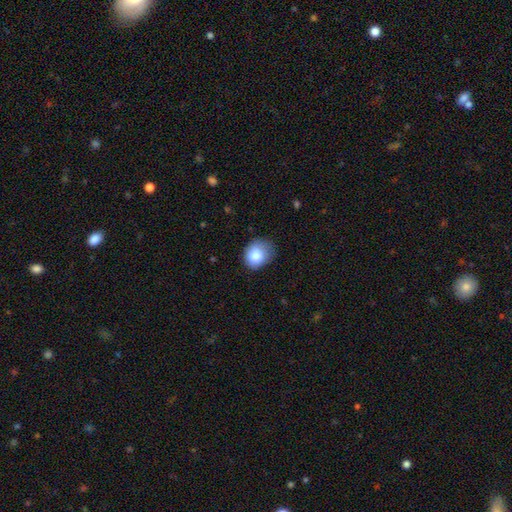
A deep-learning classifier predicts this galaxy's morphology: The model was most divided on "how rounded": round: 54%, in between: 45%, cigar-shaped: 1%. More confident: smooth or featured — smooth (83%); merging — none (56%).